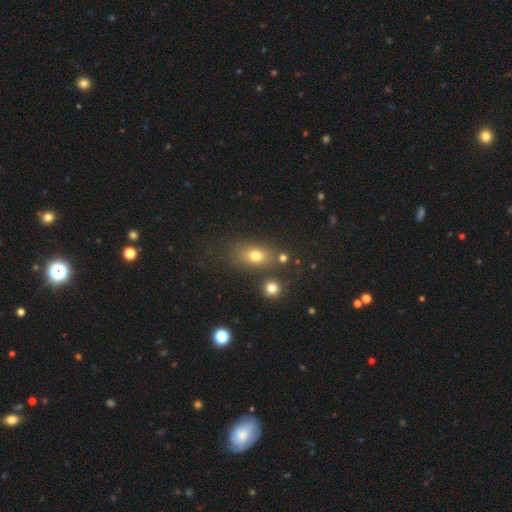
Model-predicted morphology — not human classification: type=smooth (73%); roundness=in between (70%); merging=none (66%).